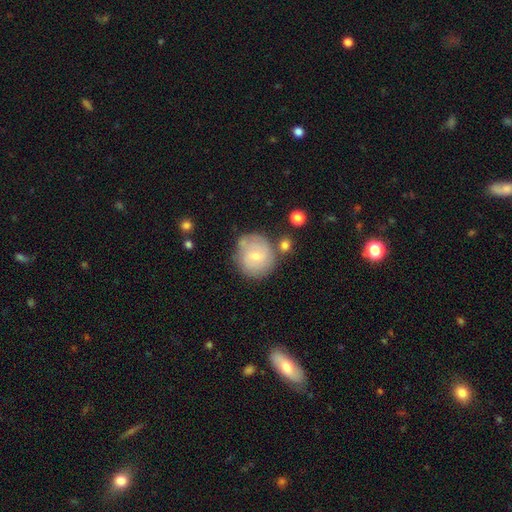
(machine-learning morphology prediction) A smooth galaxy with no disk features (55%) that is round (87%).

Vote fractions:
- Smooth or featured? smooth: 55% / featured or disk: 37% / star or artifact: 8%
- How rounded? round: 87% / in between: 12% / cigar-shaped: 1%
- Merging? none: 61% / minor disturbance: 20% / merger: 11% / major disturbance: 7%